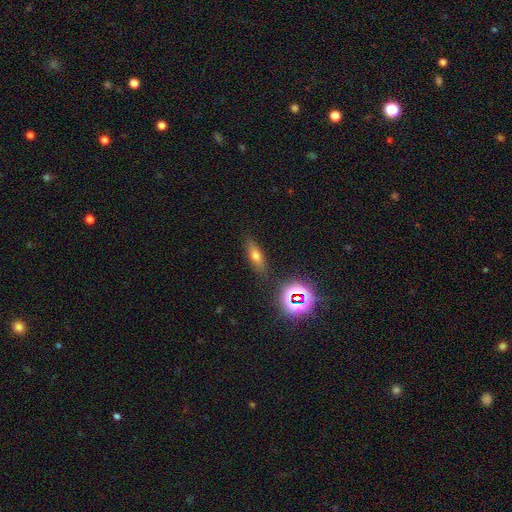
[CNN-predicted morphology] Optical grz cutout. It shows a smooth galaxy with no disk features (62%) that is in between round and cigar-shaped (58%). Merging: none (81%).